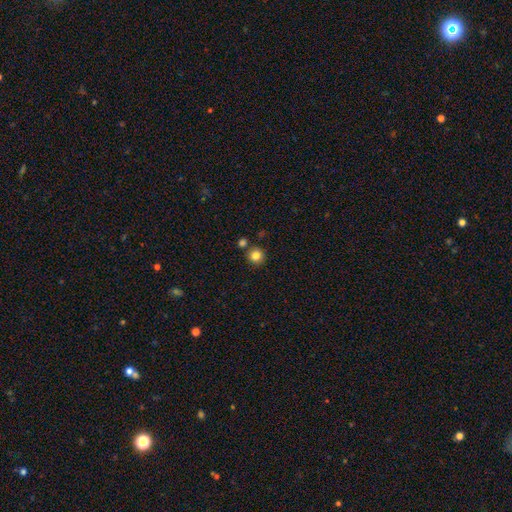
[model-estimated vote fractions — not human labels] smooth 83%, star or artifact 11%, featured or disk 5%. Down the decision tree: how rounded — round (93%); merging — none (81%).